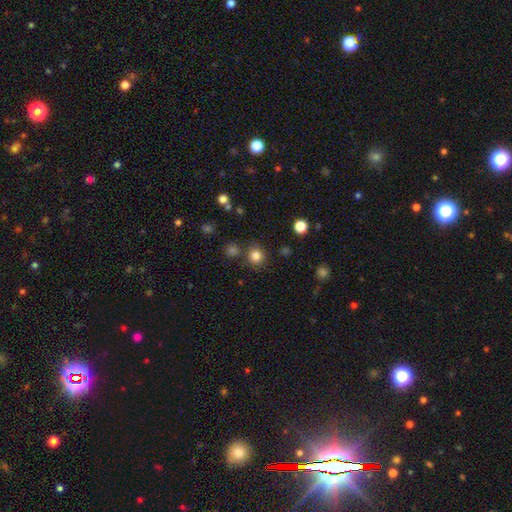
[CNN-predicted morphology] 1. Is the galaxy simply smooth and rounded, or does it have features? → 82% smooth, 13% star or artifact, 5% featured or disk.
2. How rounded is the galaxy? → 91% round, 8% in between, 1% cigar-shaped.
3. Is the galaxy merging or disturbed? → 80% none, 9% minor disturbance, 8% merger, 3% major disturbance.